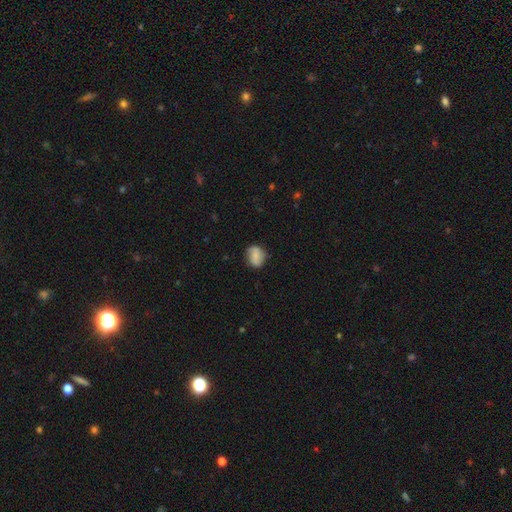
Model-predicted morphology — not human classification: This appears to be a smooth galaxy with no disk features (69%) that is round (55%). Merging: none (77%).